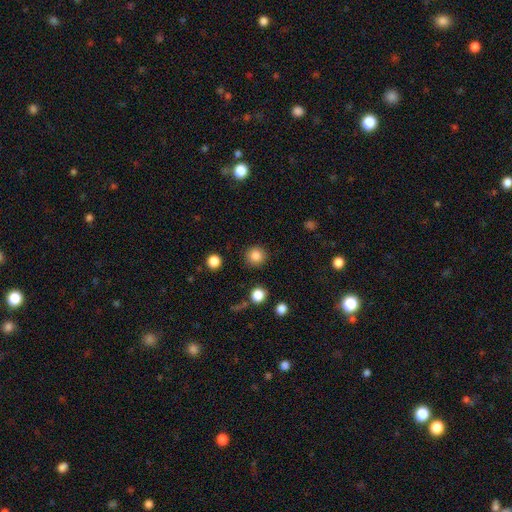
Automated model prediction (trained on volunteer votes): Smooth or featured: smooth — 84% (star or artifact — 11%)
How rounded: round — 93% (in between — 6%)
Merging: none — 89% (minor disturbance — 6%)